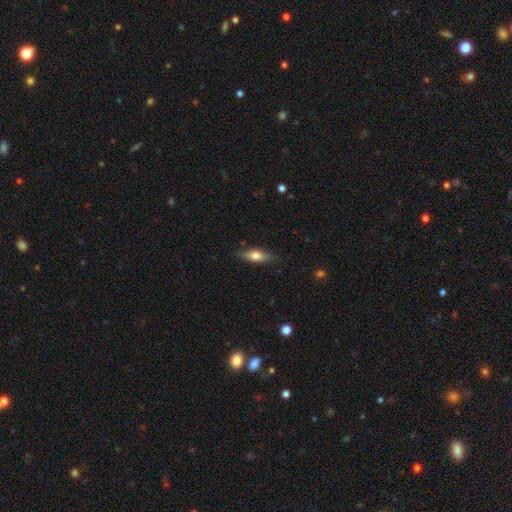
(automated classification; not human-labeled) Smooth or featured? Predicted: smooth (p=0.64). How rounded? Predicted: in between (p=0.57). Merging? Predicted: none (p=0.82).